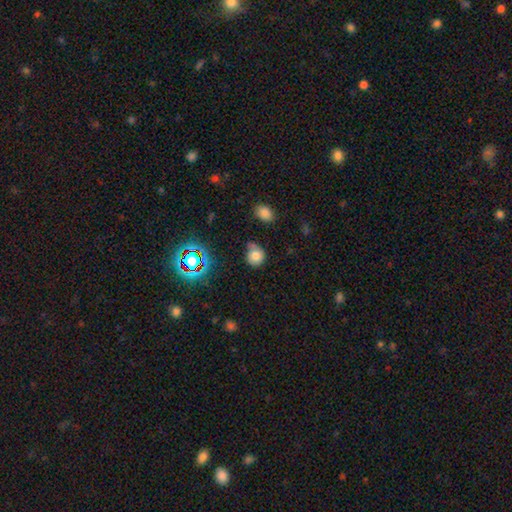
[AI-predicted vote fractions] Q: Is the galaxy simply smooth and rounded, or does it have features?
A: smooth — 74%.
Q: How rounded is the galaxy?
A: round — 76%.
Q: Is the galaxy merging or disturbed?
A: none — 52%.